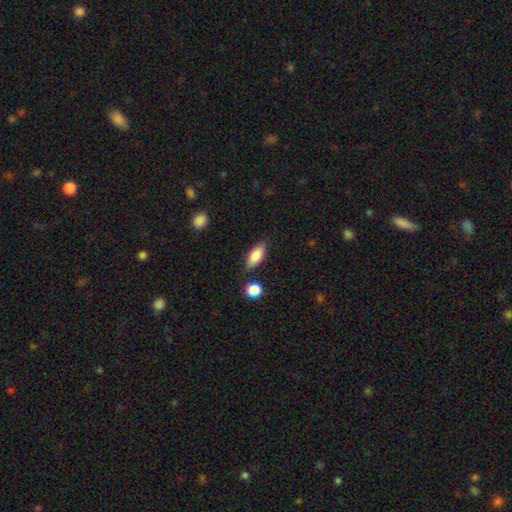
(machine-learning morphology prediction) Smooth or featured?
  - smooth: 84% *
  - featured or disk: 9%
  - star or artifact: 7%
How rounded?
  - in between: 84% *
  - cigar-shaped: 12%
  - round: 3%
Merging?
  - none: 80% *
  - minor disturbance: 13%
  - merger: 4%
  - major disturbance: 3%